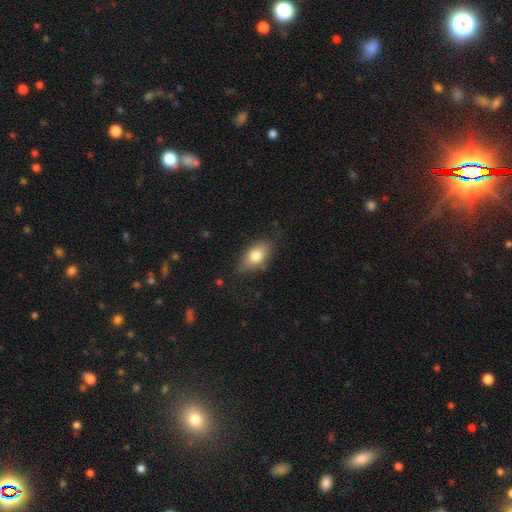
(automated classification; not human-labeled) smooth 79%, featured or disk 14%, star or artifact 7%. Down the decision tree: how rounded — in between (88%); merging — none (77%).